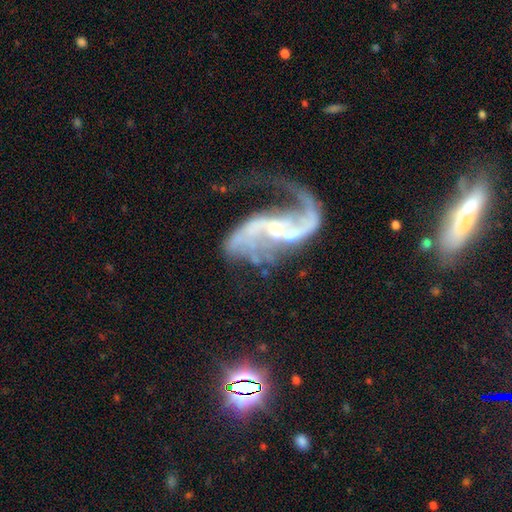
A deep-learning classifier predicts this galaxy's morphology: Smooth or featured?
  - featured or disk: 88% *
  - star or artifact: 7%
  - smooth: 5%
Edge-on disk?
  - no: 98% *
  - yes: 2%
Bar?
  - weak: 43% *
  - no: 40%
  - strong: 17%
Spiral arms?
  - yes: 92% *
  - no: 8%
Spiral winding?
  - loose: 72% *
  - medium: 22%
  - tight: 5%
Spiral arm count?
  - 2: 72% *
  - 1: 14%
  - can't tell: 6%
  - 3: 3%
  - 4: 2%
  - more than 4: 2%
Bulge size?
  - small: 46% *
  - moderate: 35%
  - none: 13%
  - large: 4%
  - dominant: 2%
Merging?
  - major disturbance: 37% *
  - none: 30%
  - merger: 18%
  - minor disturbance: 15%